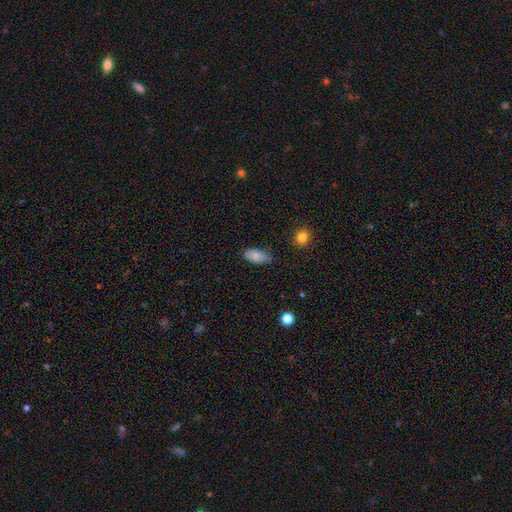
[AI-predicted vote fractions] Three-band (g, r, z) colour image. It shows a smooth galaxy with no disk features (83%) that is in between round and cigar-shaped (92%). Merging: none (69%).